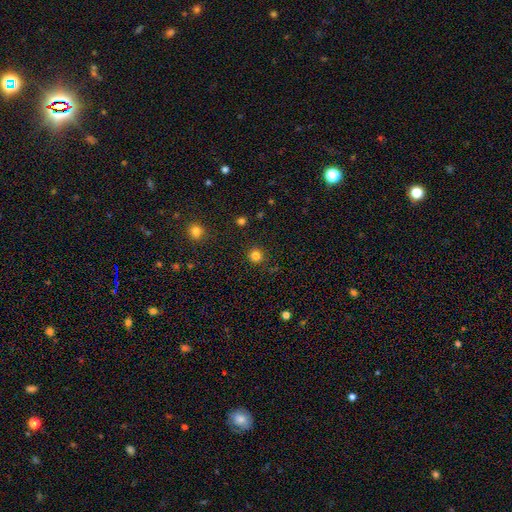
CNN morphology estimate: Smooth or featured? smooth (82%)
How rounded? round (94%)
Merging? none (90%)